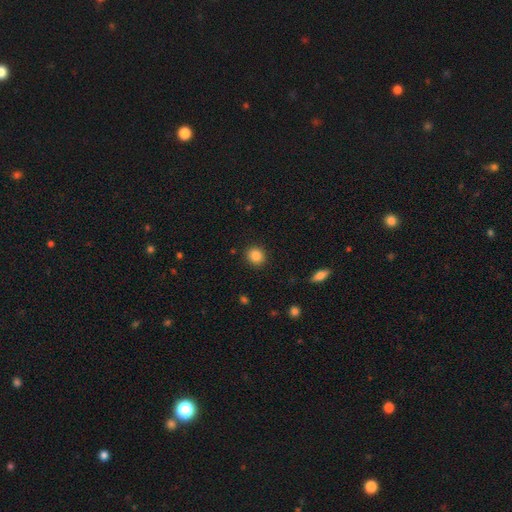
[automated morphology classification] A smooth galaxy with no disk features (86%) that is round (82%). Merging: none (91%).